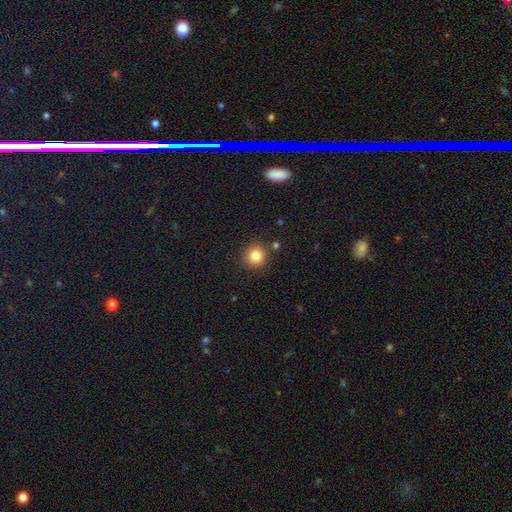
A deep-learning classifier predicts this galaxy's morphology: Smooth or featured?
  - smooth: 84% *
  - star or artifact: 11%
  - featured or disk: 5%
How rounded?
  - round: 91% *
  - in between: 8%
  - cigar-shaped: 1%
Merging?
  - none: 85% *
  - minor disturbance: 8%
  - merger: 4%
  - major disturbance: 3%